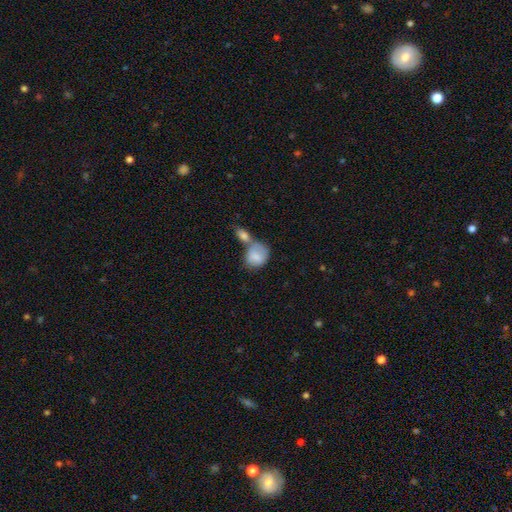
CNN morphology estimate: smooth 78%, featured or disk 15%, star or artifact 6%. Down the decision tree: how rounded — in between (52%); merging — merger (58%).